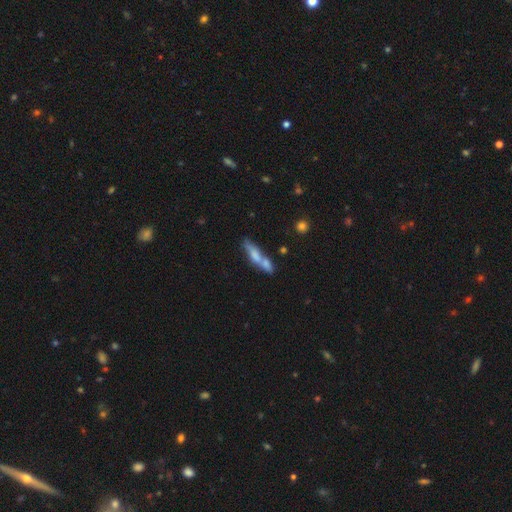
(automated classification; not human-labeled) A smooth galaxy with no disk features (60%) that is cigar-shaped (70%).

Vote fractions:
- Smooth or featured? smooth: 60% / featured or disk: 33% / star or artifact: 8%
- How rounded? cigar-shaped: 70% / in between: 27% / round: 3%
- Merging? merger: 44% / none: 35% / minor disturbance: 14% / major disturbance: 7%